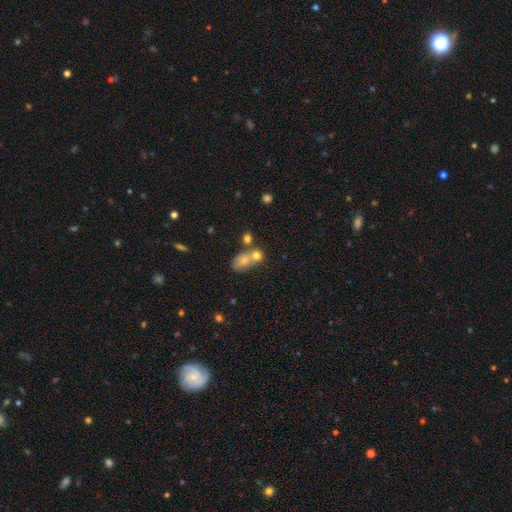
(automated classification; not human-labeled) This appears to be a smooth galaxy with no disk features (70%) that is in between round and cigar-shaped (51%). Merging: merger (53%).